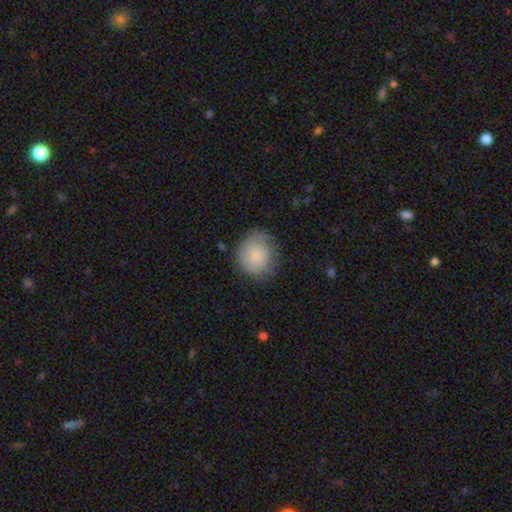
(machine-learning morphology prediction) The model was most divided on "merging": none: 70%, minor disturbance: 22%, major disturbance: 6%, merger: 1%. More confident: smooth or featured — smooth (83%); how rounded — round (76%).